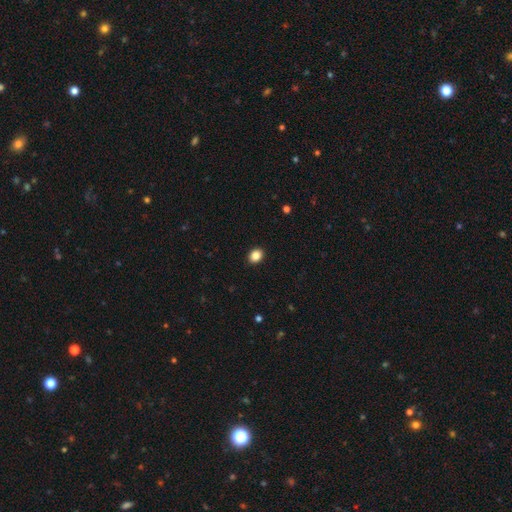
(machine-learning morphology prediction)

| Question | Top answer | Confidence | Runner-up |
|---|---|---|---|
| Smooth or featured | smooth | 87% | star or artifact (9%) |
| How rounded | in between | 50% | round (49%) |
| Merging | none | 92% | minor disturbance (6%) |